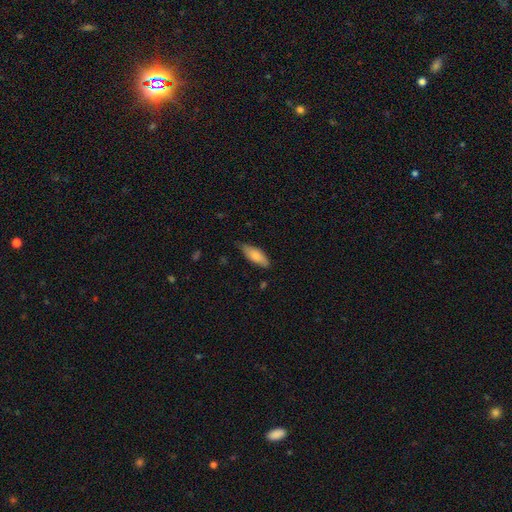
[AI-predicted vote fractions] smooth_or_featured: smooth (p=0.78) [alt: featured or disk p=0.16]
how_rounded: in between (p=0.73) [alt: cigar-shaped p=0.25]
merging: none (p=0.72) [alt: minor disturbance p=0.24]